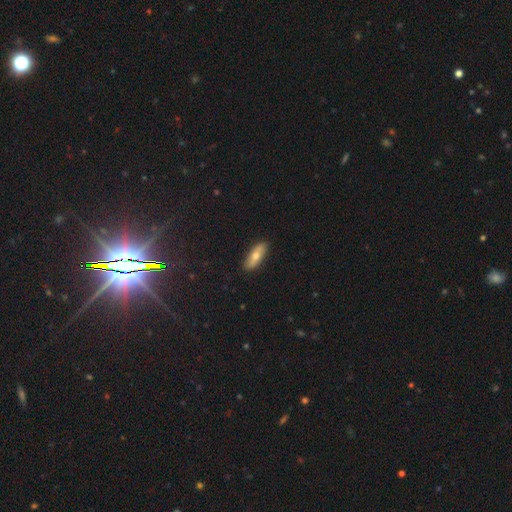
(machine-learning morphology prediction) smooth 63%, featured or disk 31%, star or artifact 6%. Down the decision tree: how rounded — in between (60%); merging — none (88%).